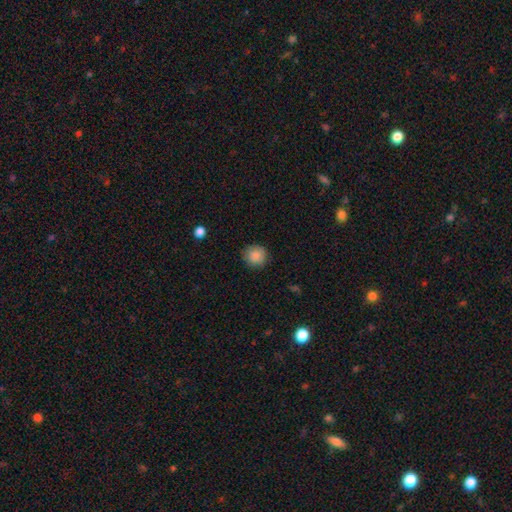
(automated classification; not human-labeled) Morphology: type=smooth (87%); roundness=round (92%); merging=none (87%).